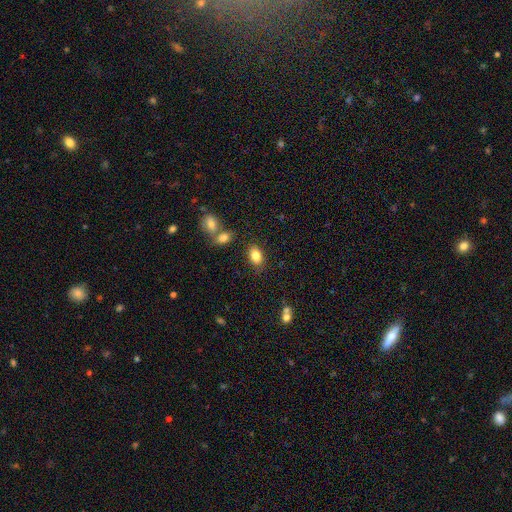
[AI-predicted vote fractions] The model was most divided on "how rounded": in between: 80%, round: 19%, cigar-shaped: 1%. More confident: smooth or featured — smooth (84%); merging — none (79%).